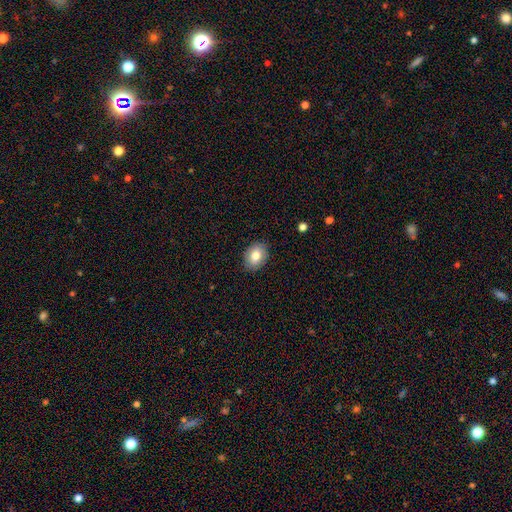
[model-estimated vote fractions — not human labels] Overall: smooth (79%). How rounded: in between (69%; round 31%). Merging: none (87%).